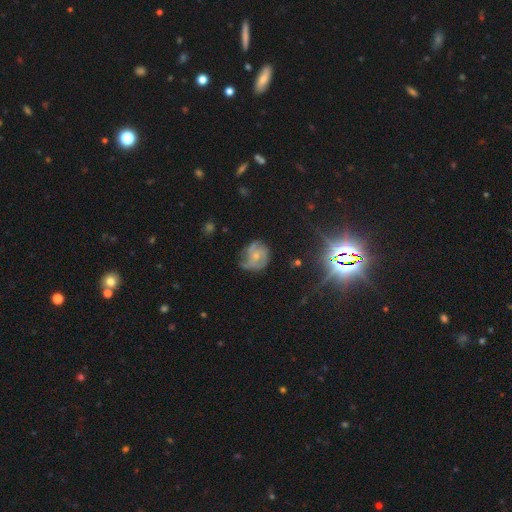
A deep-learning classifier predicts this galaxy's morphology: Smooth or featured? Predicted: featured or disk (p=0.70). Edge-on disk? Predicted: no (p=0.98). Bar? Predicted: no (p=0.74). Spiral arms? Predicted: yes (p=0.87). Spiral winding? Predicted: tight (p=0.46). Spiral arm count? Predicted: 3 (p=0.37). Bulge size? Predicted: small (p=0.60). Merging? Predicted: none (p=0.57).